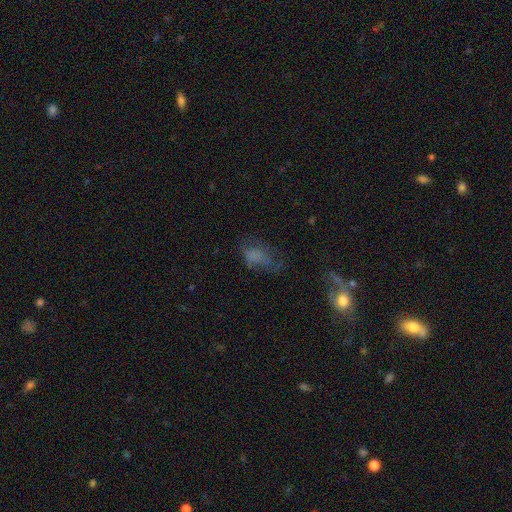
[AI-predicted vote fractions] smooth-or-featured: smooth: 57% | featured or disk: 26% | star or artifact: 17%
  how-rounded: in between: 83% | round: 14% | cigar-shaped: 3%
  merging: none: 36% | major disturbance: 34% | minor disturbance: 25% | merger: 5%